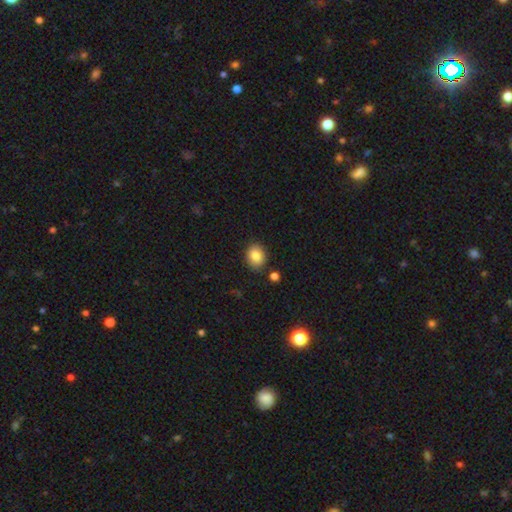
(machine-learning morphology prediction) This appears to be a smooth galaxy with no disk features (85%) that is round (50%). Merging: none (82%).